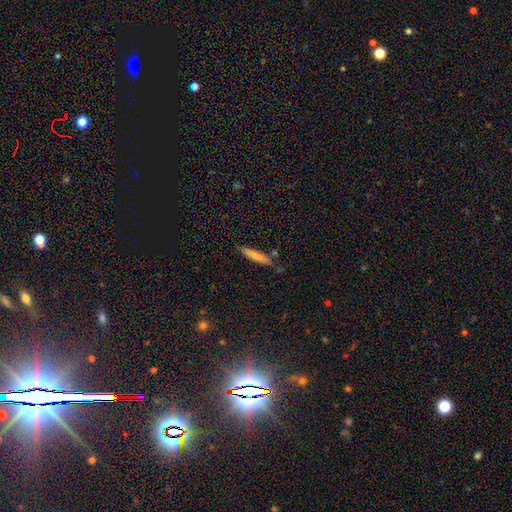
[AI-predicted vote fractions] A smooth galaxy with no disk features (76%) that is cigar-shaped (90%).

Vote fractions:
- Smooth or featured? smooth: 76% / featured or disk: 17% / star or artifact: 7%
- How rounded? cigar-shaped: 90% / in between: 9% / round: 1%
- Merging? none: 79% / minor disturbance: 13% / merger: 5% / major disturbance: 3%